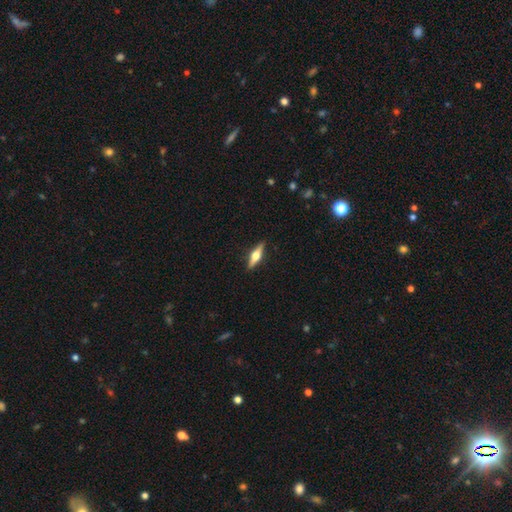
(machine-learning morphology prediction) Overall: featured or disk (67%; smooth 27%). Edge-on disk: yes (97%). Edge-on bulge: rounded (95%). Merging: none (90%).